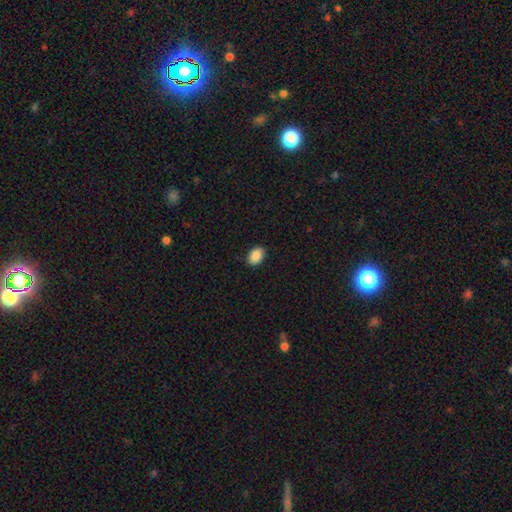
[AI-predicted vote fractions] Smooth or featured?
  - smooth: 89% *
  - star or artifact: 7%
  - featured or disk: 3%
How rounded?
  - in between: 80% *
  - round: 19%
  - cigar-shaped: 1%
Merging?
  - none: 89% *
  - minor disturbance: 8%
  - major disturbance: 2%
  - merger: 1%